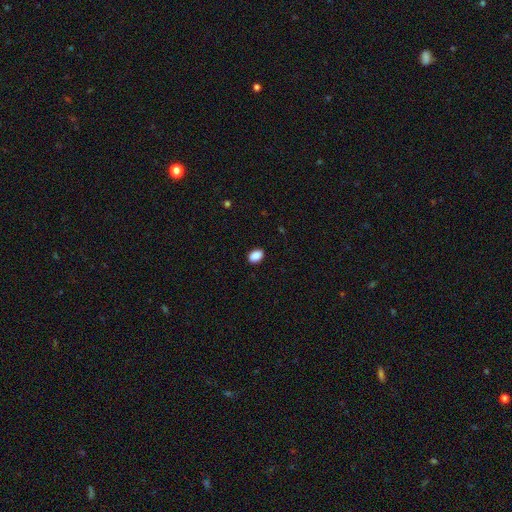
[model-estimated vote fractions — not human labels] This is clearly a smooth galaxy (90%). How rounded: clearly in between (86%). Merging: clearly none (89%).